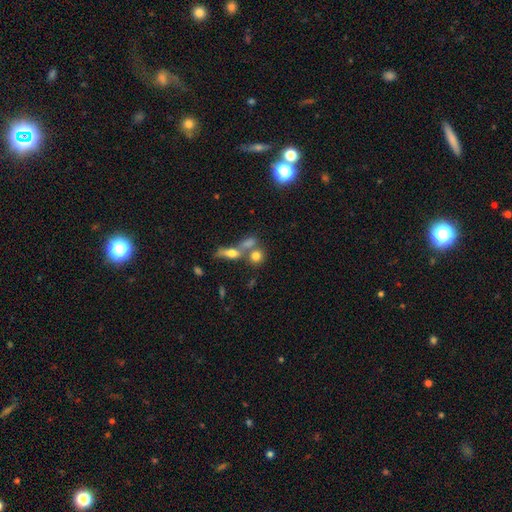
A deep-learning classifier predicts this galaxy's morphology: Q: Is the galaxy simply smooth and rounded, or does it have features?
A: smooth — 70%.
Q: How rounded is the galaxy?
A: round — 70%.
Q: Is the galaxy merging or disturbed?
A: none — 48%.